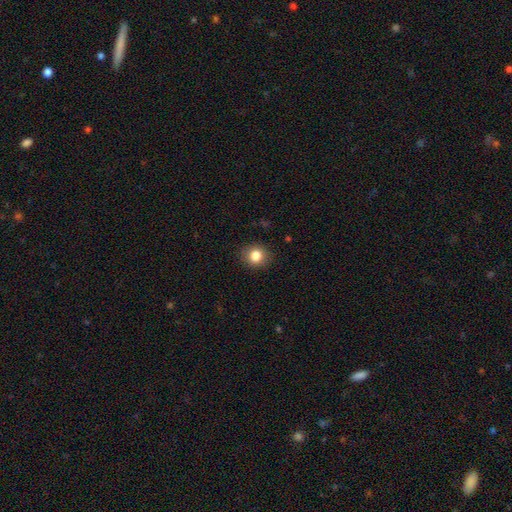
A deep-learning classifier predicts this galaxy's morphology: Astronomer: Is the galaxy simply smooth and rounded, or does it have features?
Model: smooth — 84%.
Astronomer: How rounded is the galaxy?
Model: round — 77%.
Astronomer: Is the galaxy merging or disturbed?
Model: none — 88%.